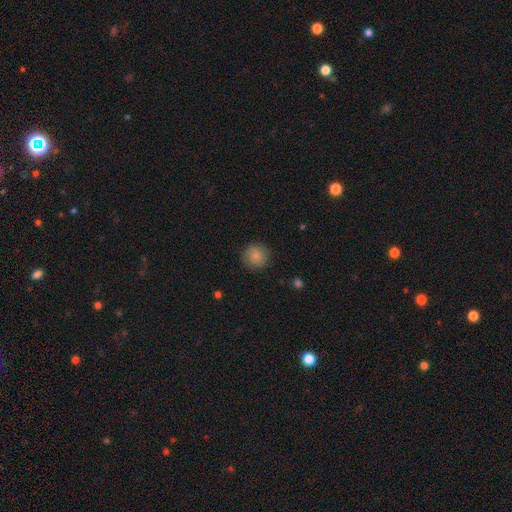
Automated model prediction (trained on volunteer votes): smooth_or_featured: smooth (p=0.85) [alt: star or artifact p=0.08]
how_rounded: round (p=0.93) [alt: in between p=0.06]
merging: none (p=0.87) [alt: minor disturbance p=0.09]